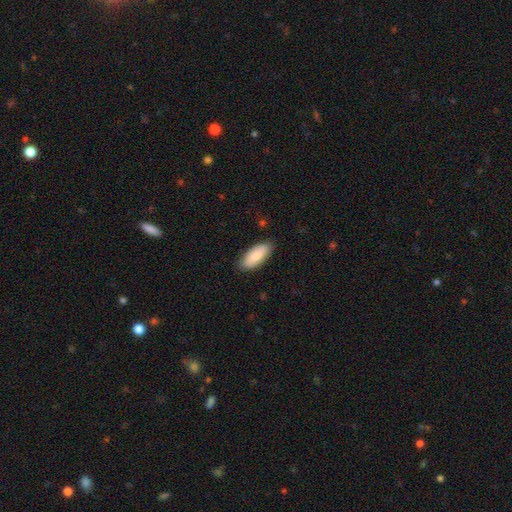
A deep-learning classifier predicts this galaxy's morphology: A smooth galaxy with no disk features (76%) that is in between round and cigar-shaped (86%). Merging: none (83%).